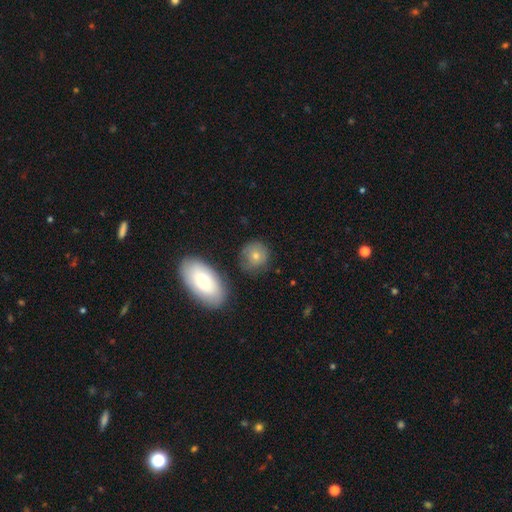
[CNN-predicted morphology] smooth_or_featured: smooth (p=0.70) [alt: featured or disk p=0.19]
how_rounded: round (p=0.74) [alt: in between p=0.24]
merging: none (p=0.76) [alt: minor disturbance p=0.13]